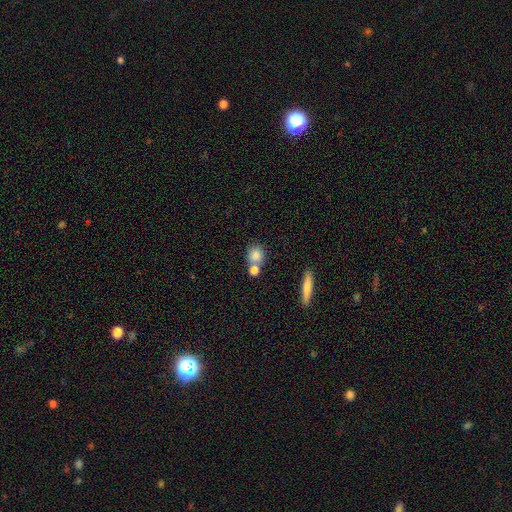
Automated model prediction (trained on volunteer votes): A smooth galaxy with no disk features (81%) that is round (78%).

Vote fractions:
- Smooth or featured? smooth: 81% / featured or disk: 10% / star or artifact: 9%
- How rounded? round: 78% / in between: 19% / cigar-shaped: 3%
- Merging? none: 52% / merger: 36% / minor disturbance: 9% / major disturbance: 3%